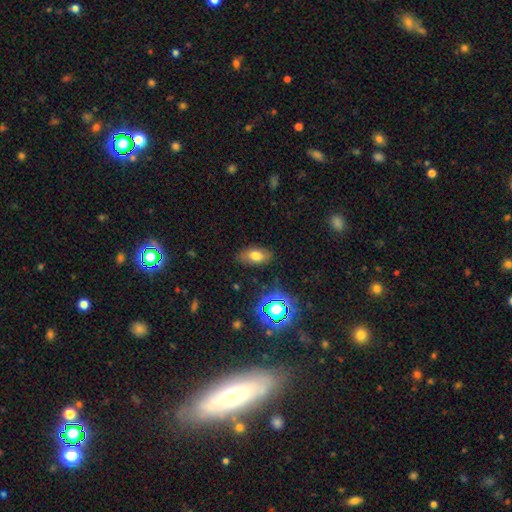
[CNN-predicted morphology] This appears to be a smooth galaxy with no disk features (71%) that is in between round and cigar-shaped (88%). Merging: none (81%).